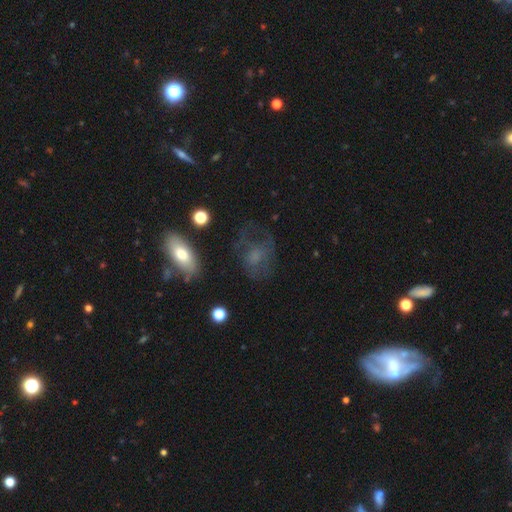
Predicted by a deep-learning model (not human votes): smooth 48%, featured or disk 36%, star or artifact 16%. Down the decision tree: merging — none (46%).